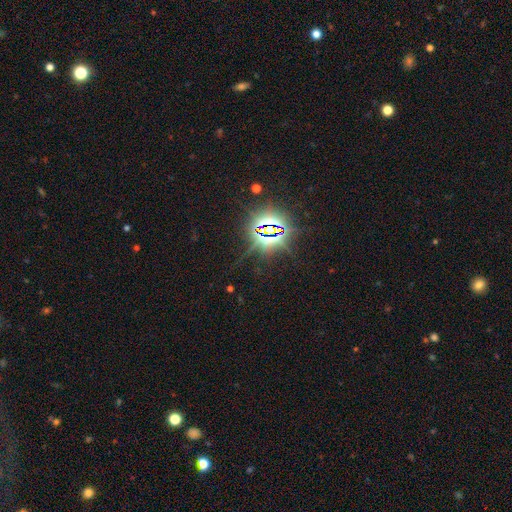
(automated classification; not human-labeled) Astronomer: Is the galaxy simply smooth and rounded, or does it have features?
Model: star or artifact — 80%.